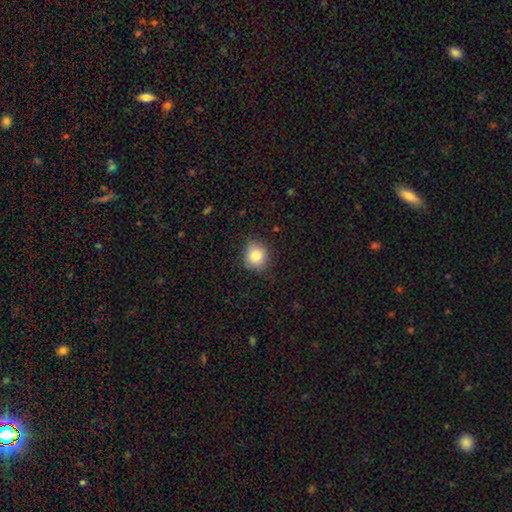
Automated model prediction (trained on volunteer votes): Smooth or featured?
  - smooth: 85% *
  - star or artifact: 9%
  - featured or disk: 6%
How rounded?
  - round: 81% *
  - in between: 18%
  - cigar-shaped: 1%
Merging?
  - none: 76% *
  - minor disturbance: 19%
  - major disturbance: 4%
  - merger: 1%